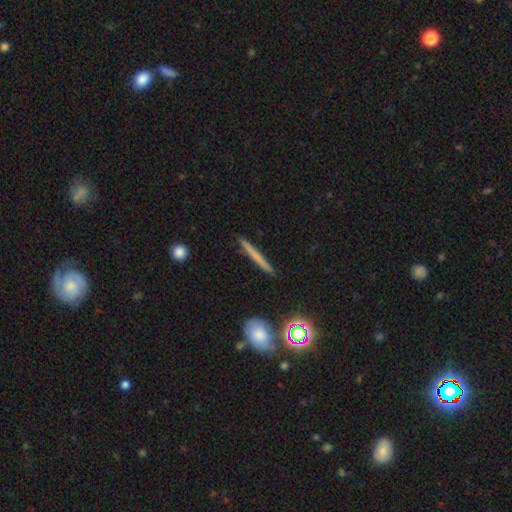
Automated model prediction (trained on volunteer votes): Smooth or featured? smooth (55%)
How rounded? cigar-shaped (94%)
Merging? none (90%)